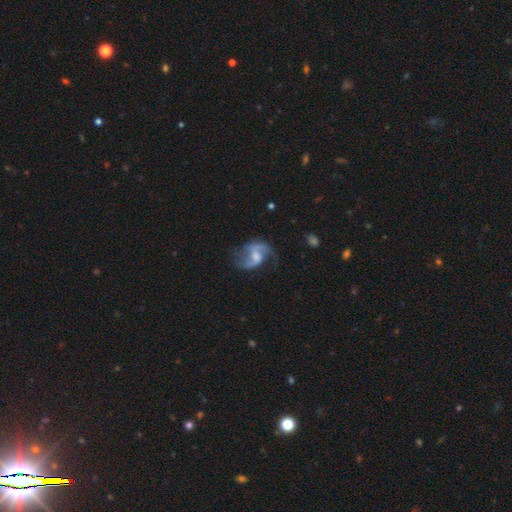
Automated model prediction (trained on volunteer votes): Morphology: type=featured or disk (86%); edge-on=no (98%); bar=weak (54%); spiral arms=yes (95%); winding=loose (58%); arm count=2 (89%); bulge=moderate (39%); merging=none (65%).